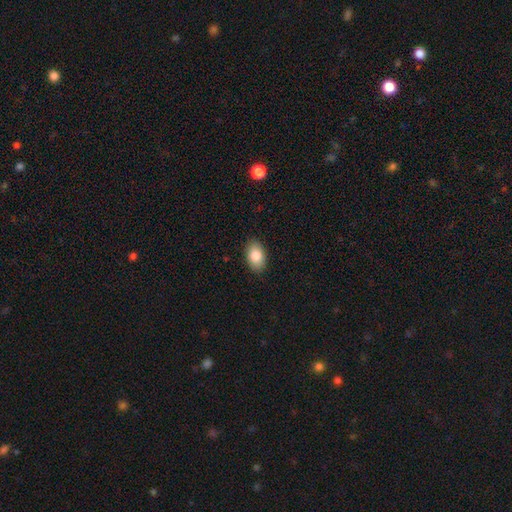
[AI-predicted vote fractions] The model was most divided on "smooth or featured": smooth: 83%, featured or disk: 10%, star or artifact: 7%. More confident: how rounded — in between (91%); merging — none (89%).